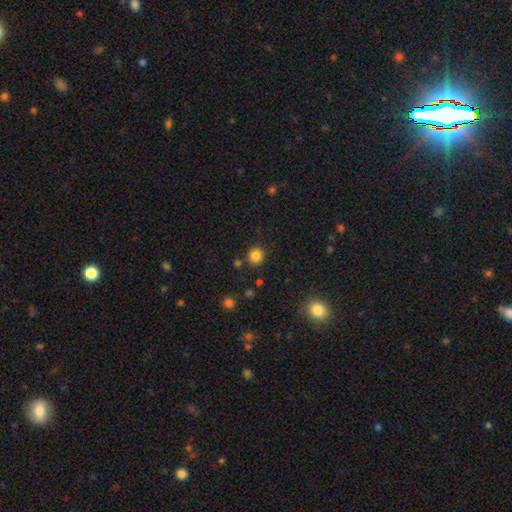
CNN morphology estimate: smooth-or-featured: smooth: 84% | star or artifact: 12% | featured or disk: 4%
  how-rounded: round: 90% | in between: 9% | cigar-shaped: 1%
  merging: none: 85% | minor disturbance: 7% | merger: 5% | major disturbance: 3%